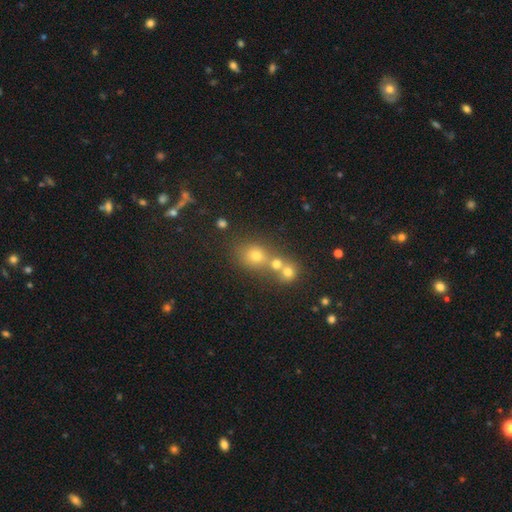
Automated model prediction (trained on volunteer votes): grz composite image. It shows a smooth galaxy with no disk features (68%) that is round (68%). Merging: merger (46%).